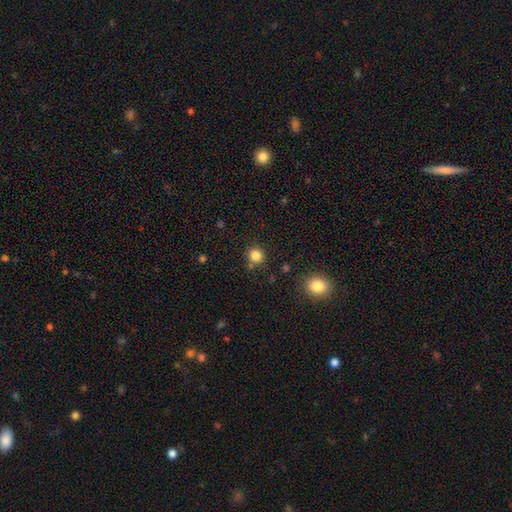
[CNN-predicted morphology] This appears to be a smooth galaxy with no disk features (83%) that is round (90%). Merging: none (81%).